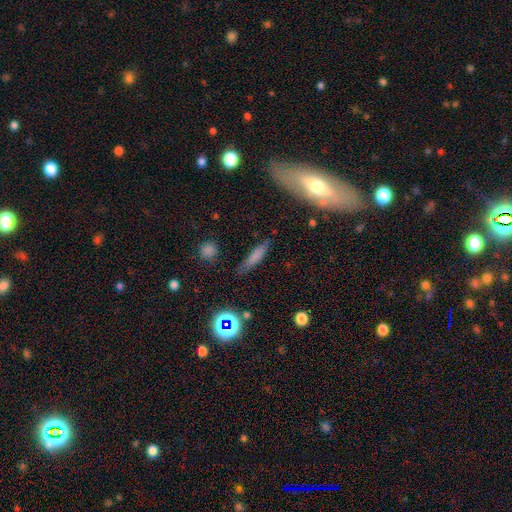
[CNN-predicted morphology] Smooth or featured?
  - smooth: 70% *
  - featured or disk: 18%
  - star or artifact: 12%
How rounded?
  - cigar-shaped: 82% *
  - in between: 15%
  - round: 3%
Merging?
  - none: 78% *
  - minor disturbance: 15%
  - major disturbance: 4%
  - merger: 3%